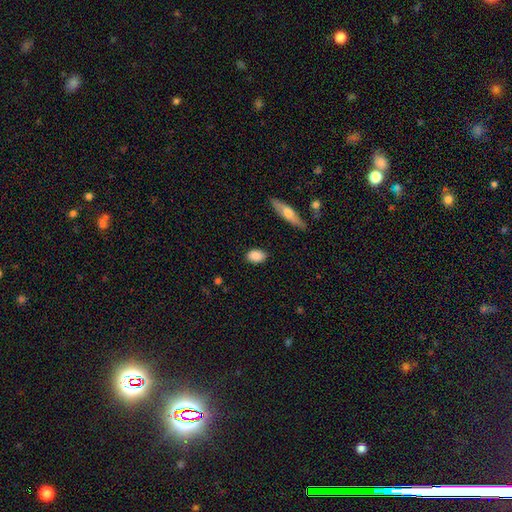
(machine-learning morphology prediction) Smooth or featured?
  - smooth: 87% *
  - star or artifact: 7%
  - featured or disk: 6%
How rounded?
  - in between: 81% *
  - round: 16%
  - cigar-shaped: 3%
Merging?
  - none: 84% *
  - minor disturbance: 11%
  - major disturbance: 3%
  - merger: 2%